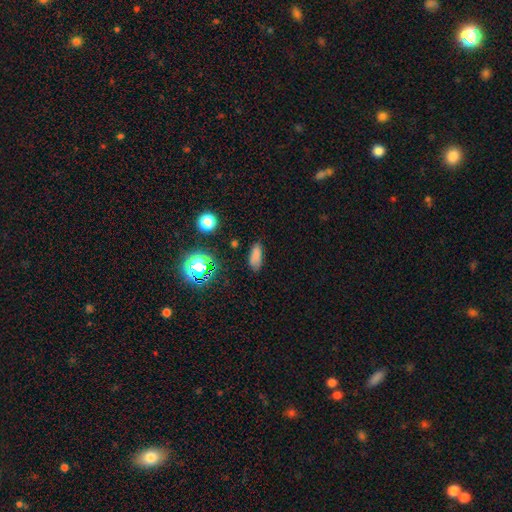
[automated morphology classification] This is likely a smooth galaxy (75%). How rounded: likely in between (79%). Merging: likely none (78%).